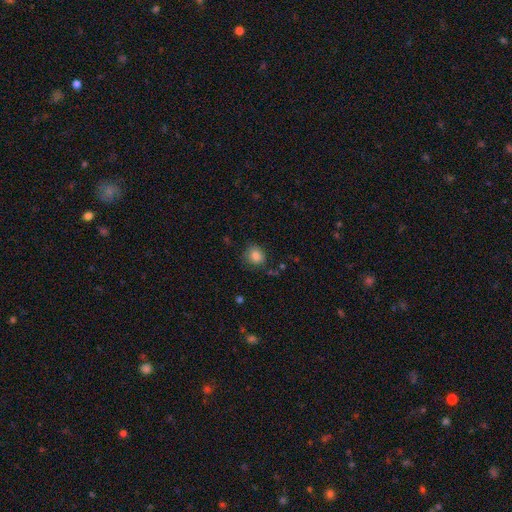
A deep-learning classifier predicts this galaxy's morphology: The model was most divided on "how rounded": round: 75%, in between: 24%, cigar-shaped: 1%. More confident: smooth or featured — smooth (85%); merging — none (78%).